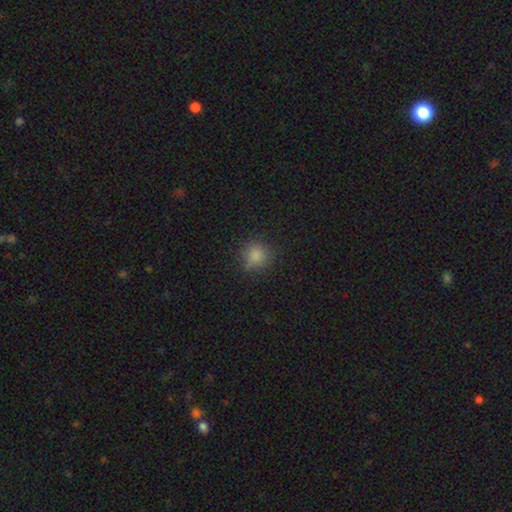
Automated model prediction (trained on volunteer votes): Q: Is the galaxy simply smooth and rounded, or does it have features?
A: smooth — 82%.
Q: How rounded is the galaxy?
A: round — 89%.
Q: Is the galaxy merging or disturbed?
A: none — 77%.